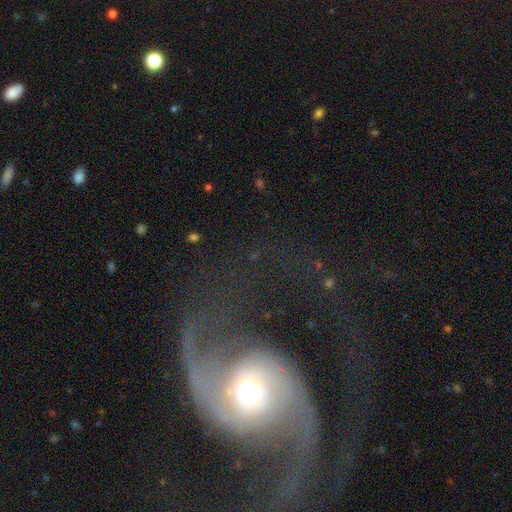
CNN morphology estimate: Overall: featured or disk (88%). Edge-on disk: no (98%). Bar: no (57%; weak 28%). Spiral arms: yes (96%). Spiral arm count: 2 (89%). Spiral winding: medium (45%; loose 43%). Bulge size: moderate (59%; small 27%). Merging: none (60%; major disturbance 24%).